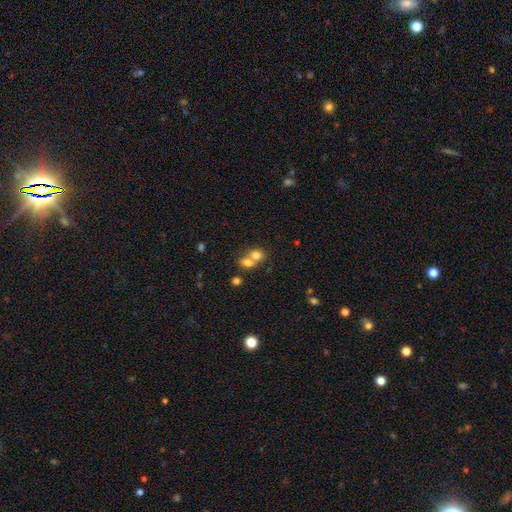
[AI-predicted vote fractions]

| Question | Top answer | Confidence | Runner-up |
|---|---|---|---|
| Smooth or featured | smooth | 75% | featured or disk (14%) |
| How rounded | round | 51% | in between (48%) |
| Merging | merger | 65% | none (26%) |